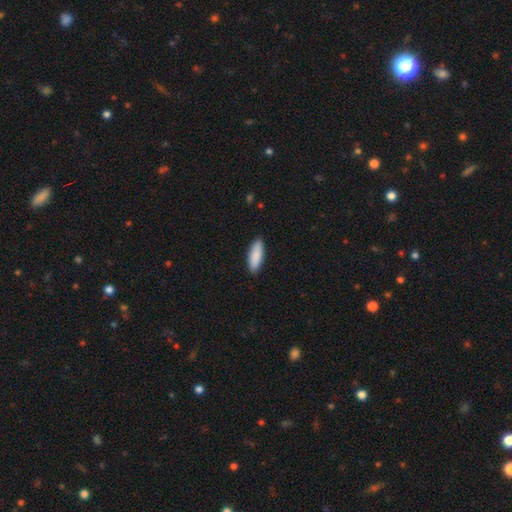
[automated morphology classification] Overall: smooth (89%). How rounded: in between (60%; cigar-shaped 38%). Merging: none (89%).